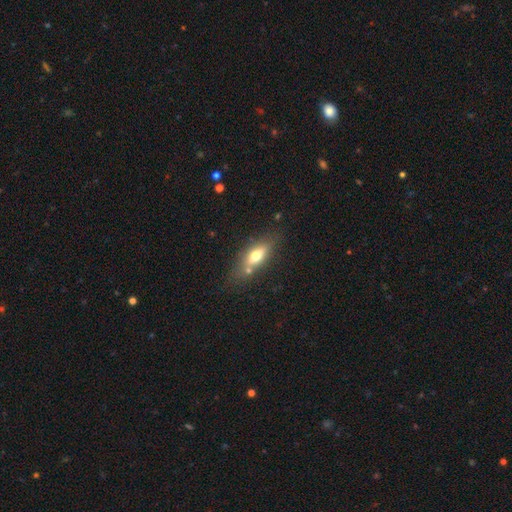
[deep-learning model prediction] The model was most divided on "smooth or featured": smooth: 61%, featured or disk: 31%, star or artifact: 8%. More confident: how rounded — in between (68%); merging — none (67%).